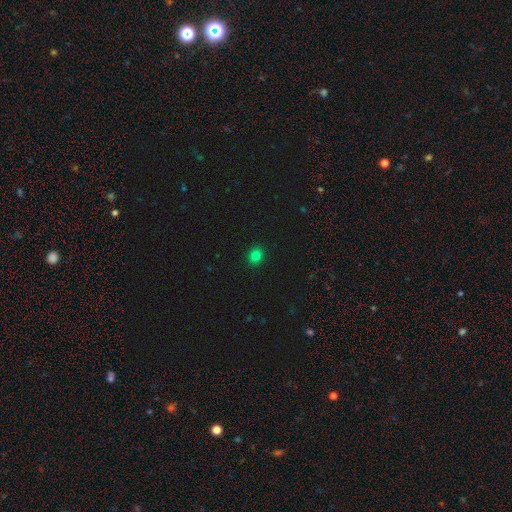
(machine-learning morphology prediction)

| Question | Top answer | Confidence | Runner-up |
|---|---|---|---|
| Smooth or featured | smooth | 81% | star or artifact (15%) |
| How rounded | round | 77% | in between (22%) |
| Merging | none | 92% | minor disturbance (6%) |